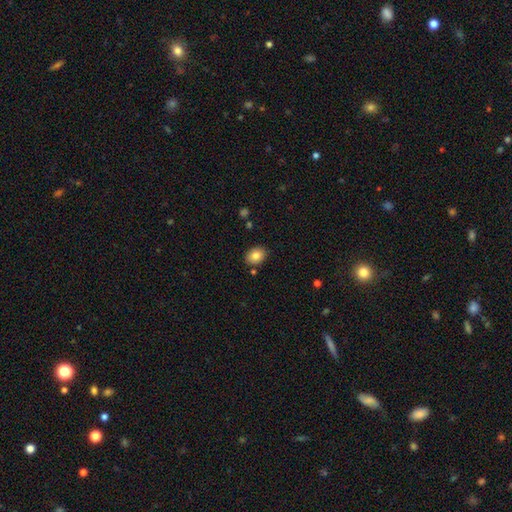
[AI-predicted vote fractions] smooth-or-featured: smooth: 82% | featured or disk: 9% | star or artifact: 9%
  how-rounded: in between: 66% | round: 33% | cigar-shaped: 1%
  merging: none: 85% | minor disturbance: 10% | merger: 3% | major disturbance: 2%